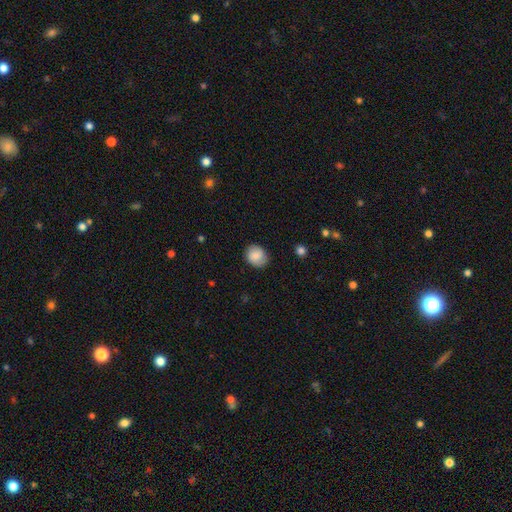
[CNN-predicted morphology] This appears to be a smooth galaxy with no disk features (78%) that is round (63%). Merging: none (78%).